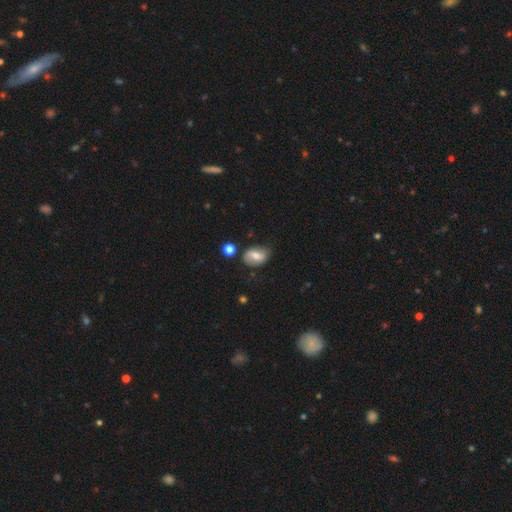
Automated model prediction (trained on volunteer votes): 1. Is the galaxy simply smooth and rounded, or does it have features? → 54% smooth, 38% featured or disk, 9% star or artifact.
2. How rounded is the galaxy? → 79% in between, 19% round, 2% cigar-shaped.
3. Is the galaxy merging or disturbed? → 69% none, 21% minor disturbance, 5% major disturbance, 4% merger.